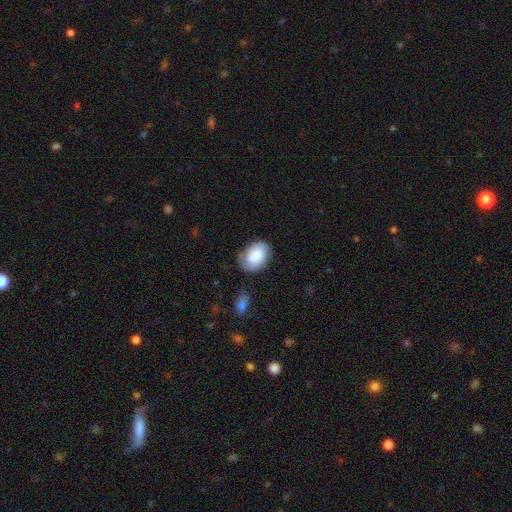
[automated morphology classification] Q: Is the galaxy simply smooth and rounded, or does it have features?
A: smooth — 73%.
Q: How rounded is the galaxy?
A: in between — 79%.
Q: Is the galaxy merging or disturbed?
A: none — 67%.